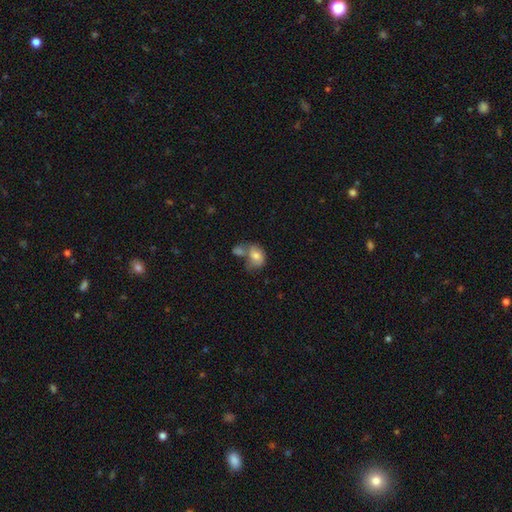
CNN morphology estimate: This appears to be a smooth galaxy with no disk features (74%) that is in between round and cigar-shaped (63%). Merging: merger (49%).